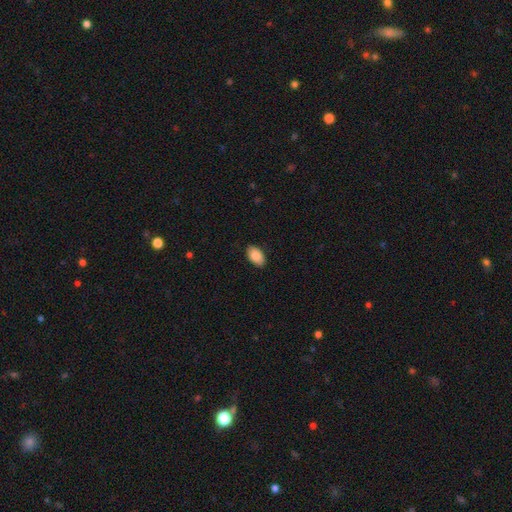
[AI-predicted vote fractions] Overall: smooth (88%). How rounded: in between (94%). Merging: none (87%).